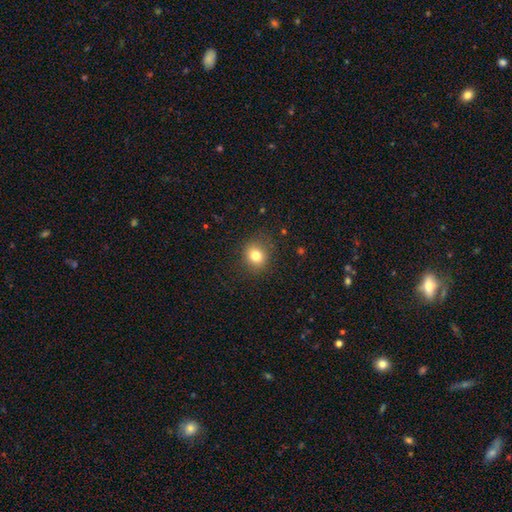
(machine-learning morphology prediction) A smooth galaxy with no disk features (80%) that is round (76%).

Vote fractions:
- Smooth or featured? smooth: 80% / star or artifact: 12% / featured or disk: 7%
- How rounded? round: 76% / in between: 23% / cigar-shaped: 1%
- Merging? none: 86% / minor disturbance: 10% / major disturbance: 3% / merger: 1%